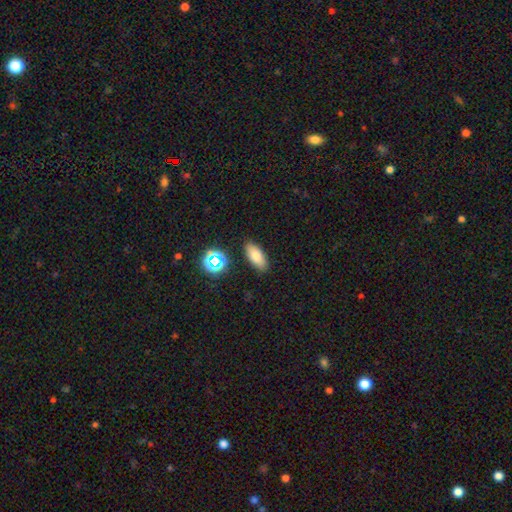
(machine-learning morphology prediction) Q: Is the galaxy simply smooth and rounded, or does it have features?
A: smooth — 77%.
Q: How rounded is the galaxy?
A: in between — 81%.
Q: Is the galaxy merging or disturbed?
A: none — 86%.